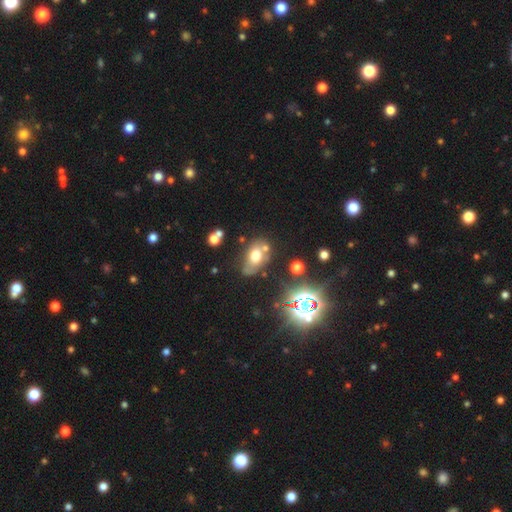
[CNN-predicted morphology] Smooth or featured? smooth (61%)
How rounded? in between (81%)
Merging? none (55%)